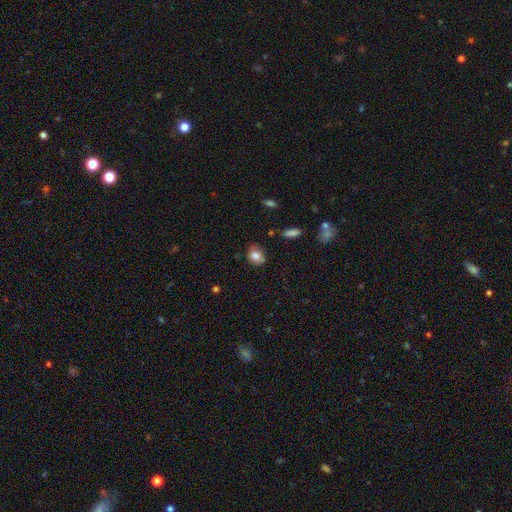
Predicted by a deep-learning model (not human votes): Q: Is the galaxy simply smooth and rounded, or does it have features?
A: smooth — 79%.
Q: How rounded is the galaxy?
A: round — 54%.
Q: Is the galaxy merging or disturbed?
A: none — 76%.